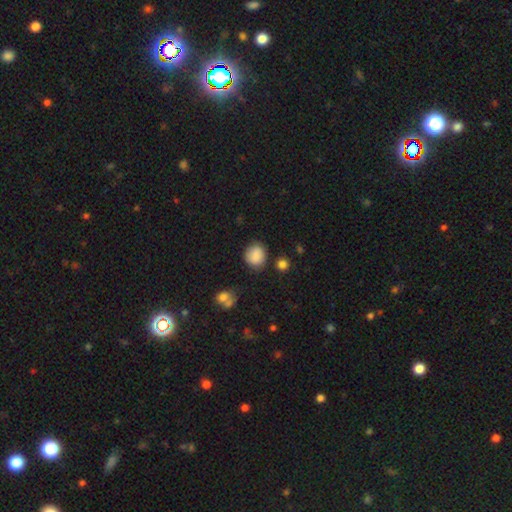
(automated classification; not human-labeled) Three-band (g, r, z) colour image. It shows a smooth galaxy with no disk features (85%) that is round (70%). Merging: none (80%).